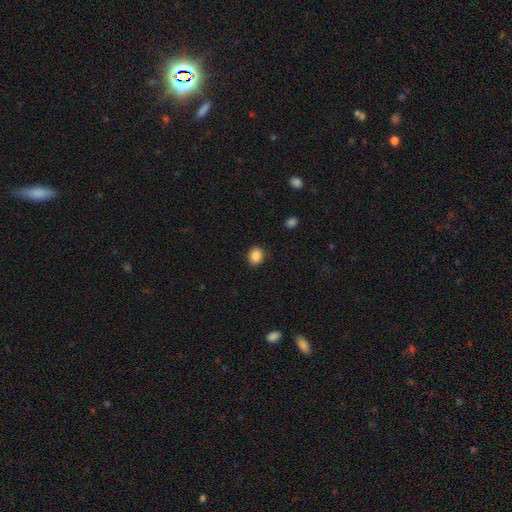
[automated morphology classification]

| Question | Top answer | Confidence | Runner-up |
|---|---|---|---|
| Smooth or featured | smooth | 87% | star or artifact (9%) |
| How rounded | round | 62% | in between (37%) |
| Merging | none | 88% | minor disturbance (9%) |